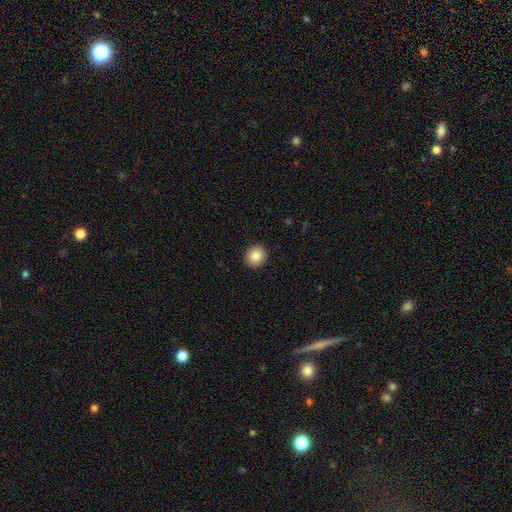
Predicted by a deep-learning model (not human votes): Overall: smooth (84%). How rounded: round (88%). Merging: none (93%).